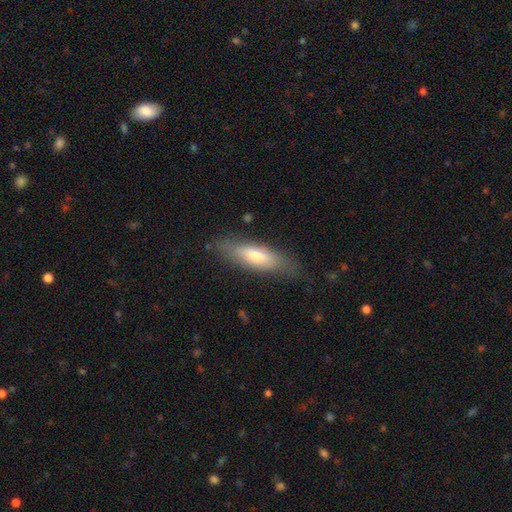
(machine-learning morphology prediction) Q: Smooth or featured?
A: smooth (66%); runner-up: featured or disk (28%)
Q: How rounded?
A: cigar-shaped (56%); runner-up: in between (42%)
Q: Merging?
A: none (77%); runner-up: minor disturbance (17%)